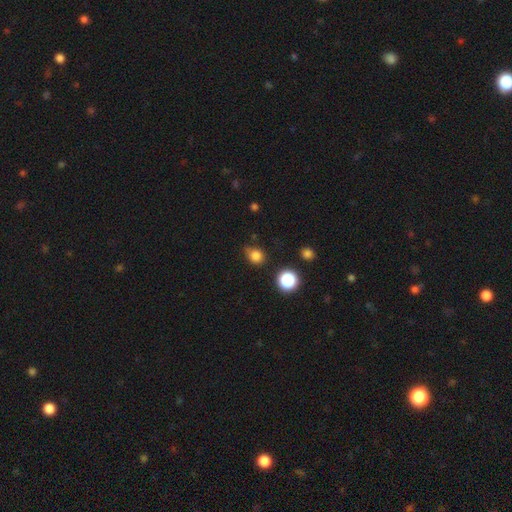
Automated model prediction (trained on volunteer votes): Smooth or featured?
  - smooth: 80% *
  - star or artifact: 15%
  - featured or disk: 5%
How rounded?
  - round: 74% *
  - in between: 25%
  - cigar-shaped: 1%
Merging?
  - none: 60% *
  - minor disturbance: 29%
  - major disturbance: 7%
  - merger: 4%